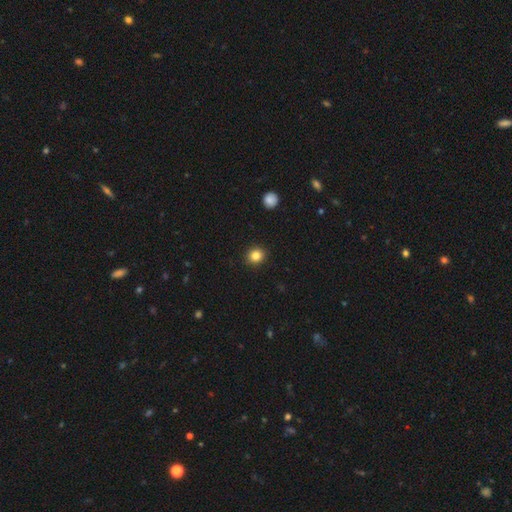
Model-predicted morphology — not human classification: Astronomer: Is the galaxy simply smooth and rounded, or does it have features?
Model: smooth — 84%.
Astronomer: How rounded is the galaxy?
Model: round — 87%.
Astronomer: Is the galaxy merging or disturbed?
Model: none — 92%.